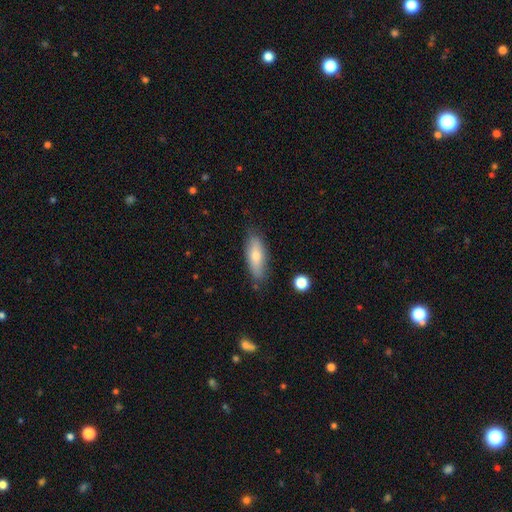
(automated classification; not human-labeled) smooth-or-featured: smooth: 72% | featured or disk: 21% | star or artifact: 6%
  how-rounded: in between: 60% | cigar-shaped: 38% | round: 2%
  merging: none: 78% | minor disturbance: 17% | major disturbance: 3% | merger: 2%